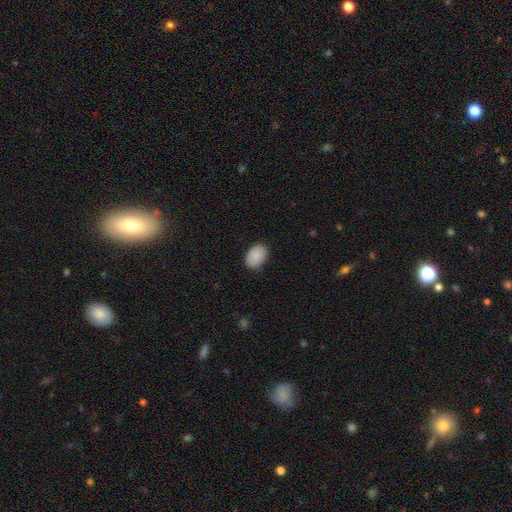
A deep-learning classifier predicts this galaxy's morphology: Smooth or featured? Predicted: smooth (p=0.88). How rounded? Predicted: in between (p=0.85). Merging? Predicted: none (p=0.84).